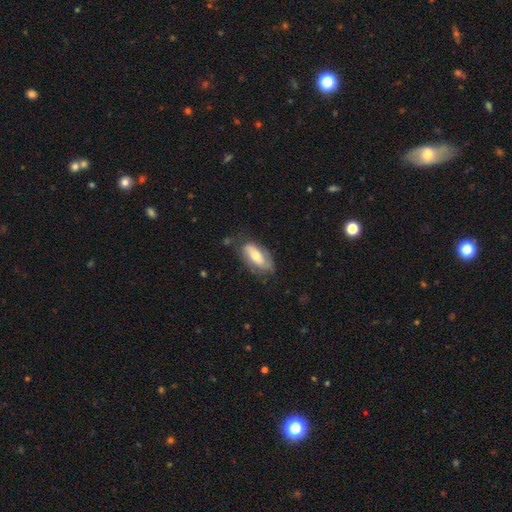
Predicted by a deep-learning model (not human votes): A smooth galaxy with no disk features (52%) that is in between round and cigar-shaped (85%).

Vote fractions:
- Smooth or featured? smooth: 52% / featured or disk: 42% / star or artifact: 6%
- How rounded? in between: 85% / cigar-shaped: 12% / round: 3%
- Merging? none: 66% / minor disturbance: 24% / major disturbance: 9% / merger: 2%